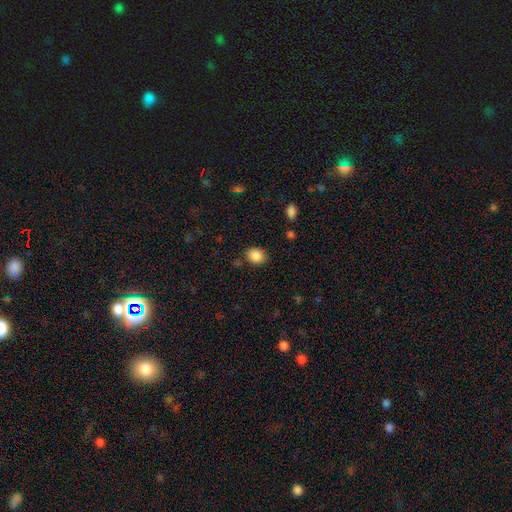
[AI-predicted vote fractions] Morphology: type=smooth (87%); roundness=round (50%); merging=none (81%).